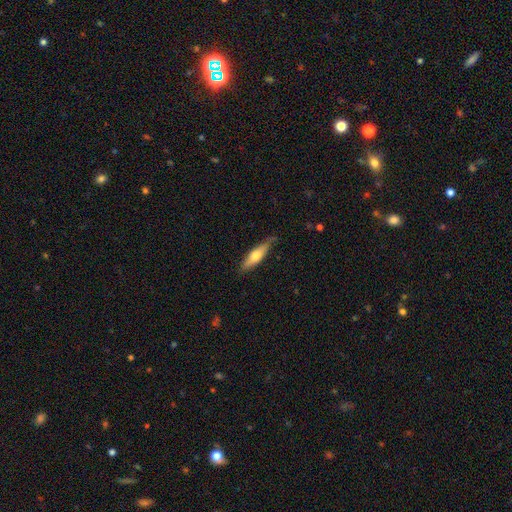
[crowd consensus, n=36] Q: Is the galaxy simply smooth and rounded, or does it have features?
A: smooth — 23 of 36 (64%).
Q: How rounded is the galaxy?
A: in between — 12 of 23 (52%).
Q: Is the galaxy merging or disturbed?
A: none — 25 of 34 (74%).